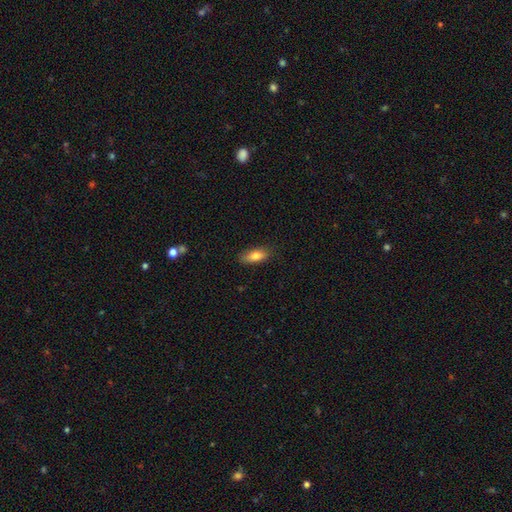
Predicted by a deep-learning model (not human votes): smooth_or_featured: smooth (p=0.79) [alt: featured or disk p=0.14]
how_rounded: in between (p=0.77) [alt: cigar-shaped p=0.20]
merging: none (p=0.84) [alt: minor disturbance p=0.13]